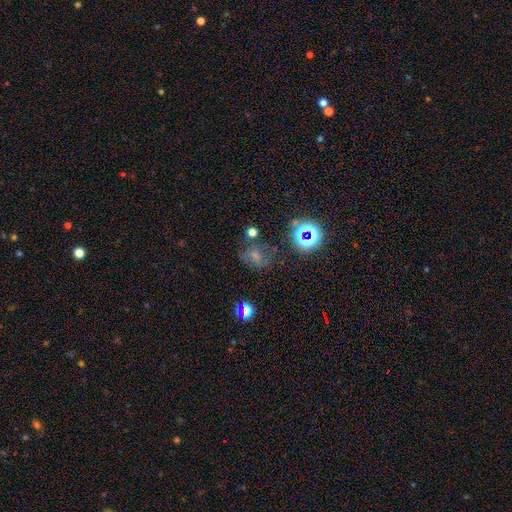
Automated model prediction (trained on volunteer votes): Morphology: type=smooth (42%); merging=none (54%).